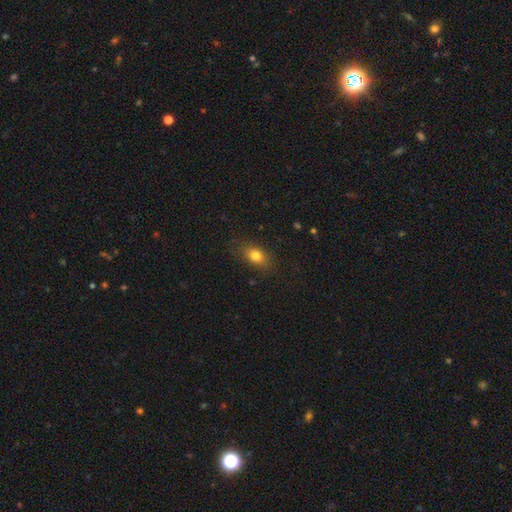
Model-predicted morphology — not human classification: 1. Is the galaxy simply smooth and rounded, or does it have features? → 80% smooth, 10% star or artifact, 10% featured or disk.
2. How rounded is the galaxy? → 77% in between, 18% round, 5% cigar-shaped.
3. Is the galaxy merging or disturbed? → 81% none, 14% minor disturbance, 4% major disturbance, 1% merger.